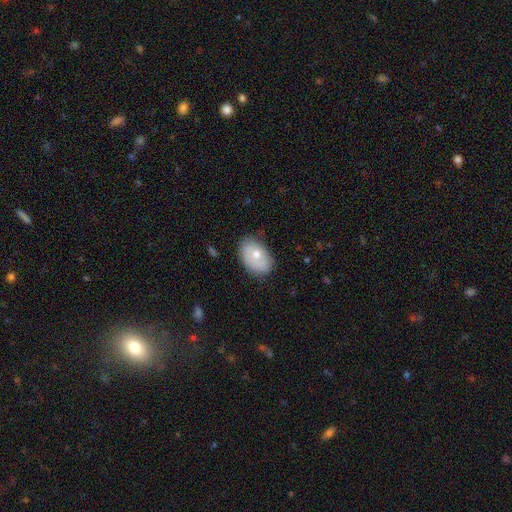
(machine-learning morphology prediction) Smooth or featured? Predicted: smooth (p=0.66). How rounded? Predicted: in between (p=0.85). Merging? Predicted: none (p=0.70).